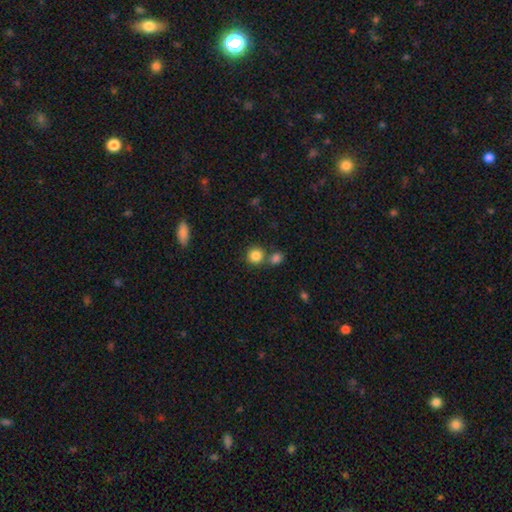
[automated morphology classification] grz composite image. It shows a smooth galaxy with no disk features (84%) that is round (90%). Merging: none (66%).